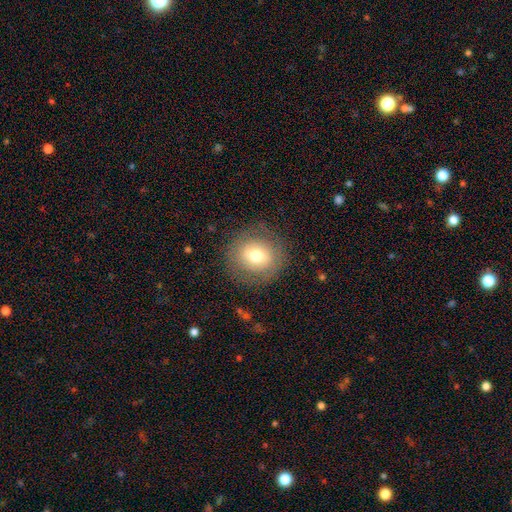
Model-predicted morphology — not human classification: smooth_or_featured: smooth (p=0.65) [alt: featured or disk p=0.25]
how_rounded: round (p=0.86) [alt: in between p=0.13]
merging: none (p=0.83) [alt: minor disturbance p=0.10]